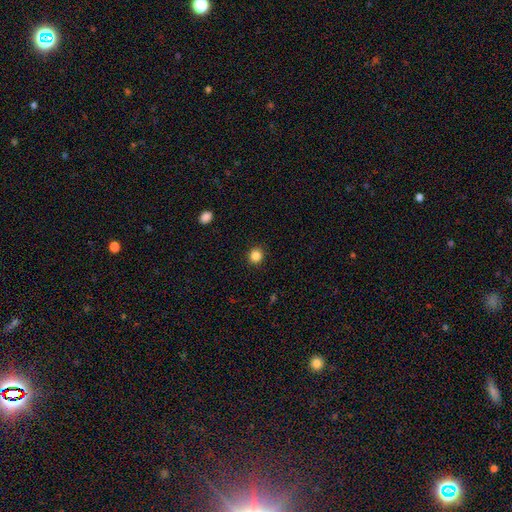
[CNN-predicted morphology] A smooth galaxy with no disk features (86%) that is round (91%).

Vote fractions:
- Smooth or featured? smooth: 86% / star or artifact: 11% / featured or disk: 3%
- How rounded? round: 91% / in between: 8% / cigar-shaped: 1%
- Merging? none: 92% / minor disturbance: 5% / major disturbance: 2% / merger: 1%